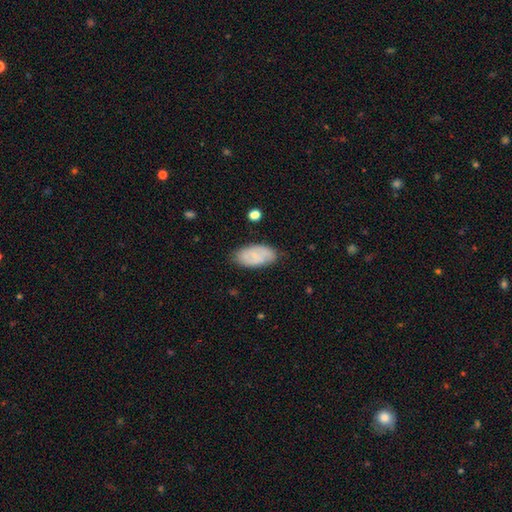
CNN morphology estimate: smooth-or-featured: smooth: 57% | featured or disk: 36% | star or artifact: 7%
  how-rounded: in between: 93% | round: 3% | cigar-shaped: 3%
  merging: none: 78% | minor disturbance: 17% | major disturbance: 3% | merger: 2%